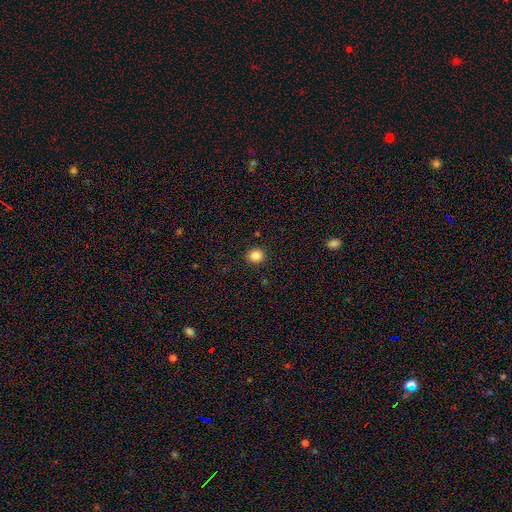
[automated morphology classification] A smooth galaxy with no disk features (85%) that is round (80%).

Vote fractions:
- Smooth or featured? smooth: 85% / star or artifact: 11% / featured or disk: 4%
- How rounded? round: 80% / in between: 19% / cigar-shaped: 1%
- Merging? none: 91% / minor disturbance: 6% / major disturbance: 2% / merger: 1%